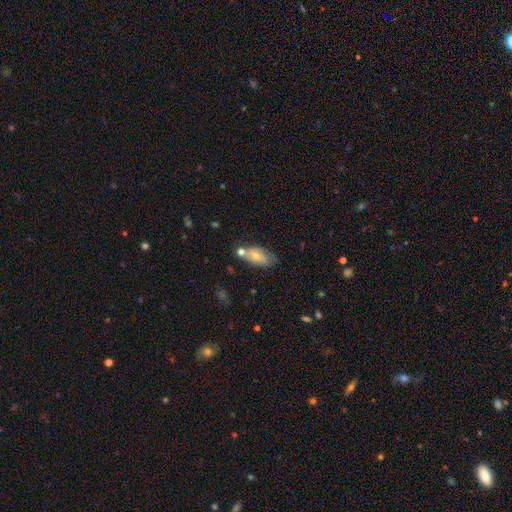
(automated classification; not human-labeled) smooth_or_featured: smooth (p=0.65) [alt: featured or disk p=0.28]
how_rounded: in between (p=0.88) [alt: cigar-shaped p=0.07]
merging: none (p=0.51) [alt: minor disturbance p=0.23]